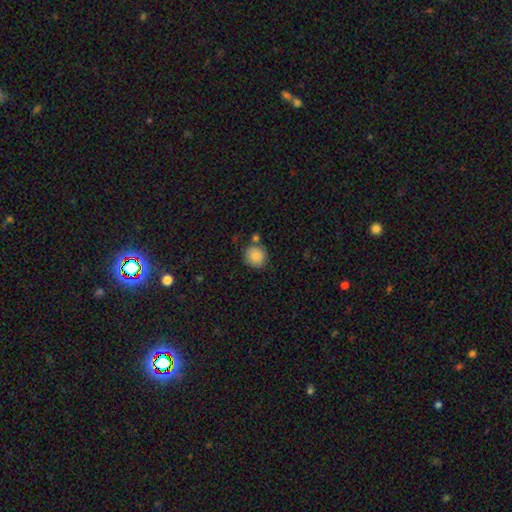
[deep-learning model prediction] A smooth galaxy with no disk features (87%) that is round (87%). Merging: none (73%).